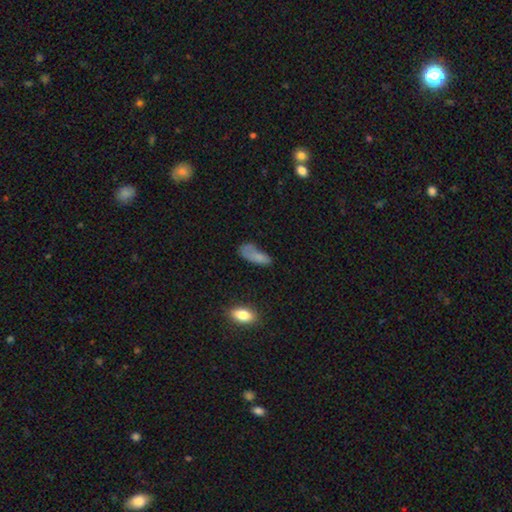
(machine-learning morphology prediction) smooth_or_featured: smooth (p=0.72) [alt: featured or disk p=0.16]
how_rounded: in between (p=0.74) [alt: cigar-shaped p=0.21]
merging: none (p=0.38) [alt: minor disturbance p=0.28]